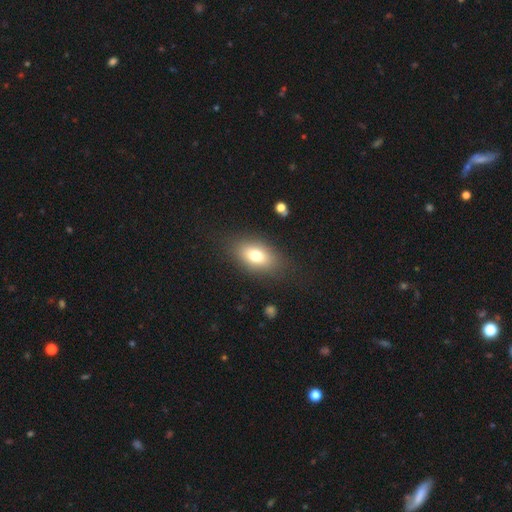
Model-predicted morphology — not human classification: Q: Smooth or featured?
A: smooth (74%); runner-up: featured or disk (16%)
Q: How rounded?
A: in between (84%); runner-up: round (12%)
Q: Merging?
A: none (82%); runner-up: minor disturbance (11%)